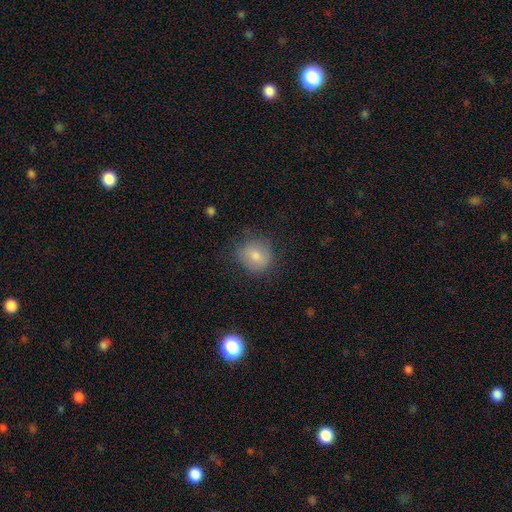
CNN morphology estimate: The model was most divided on "how rounded": round: 76%, in between: 23%, cigar-shaped: 1%. More confident: smooth or featured — smooth (77%); merging — none (73%).